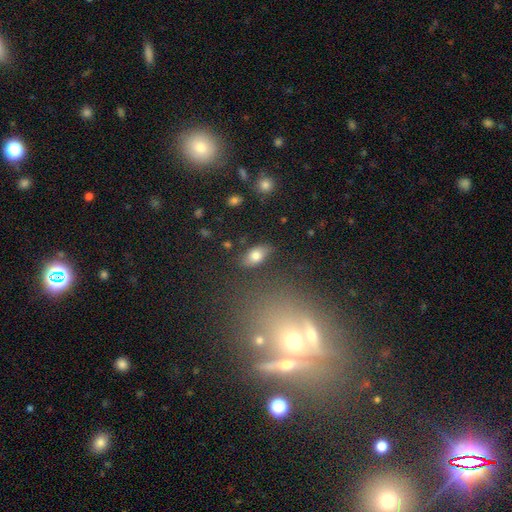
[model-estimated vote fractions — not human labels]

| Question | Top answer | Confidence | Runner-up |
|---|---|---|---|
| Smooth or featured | smooth | 78% | featured or disk (14%) |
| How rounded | in between | 90% | round (6%) |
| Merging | none | 82% | minor disturbance (12%) |